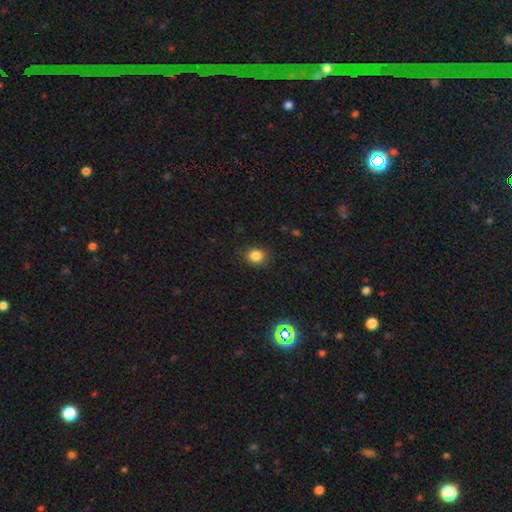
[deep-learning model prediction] Q: Smooth or featured?
A: smooth (84%); runner-up: star or artifact (12%)
Q: How rounded?
A: round (64%); runner-up: in between (35%)
Q: Merging?
A: none (85%); runner-up: minor disturbance (11%)